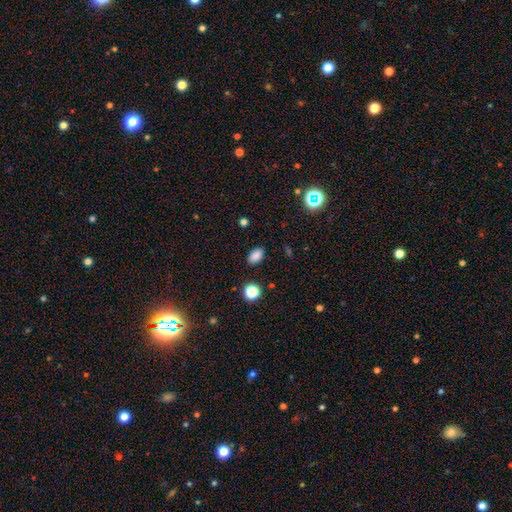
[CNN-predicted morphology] Smooth or featured? smooth (84%)
How rounded? in between (88%)
Merging? none (88%)